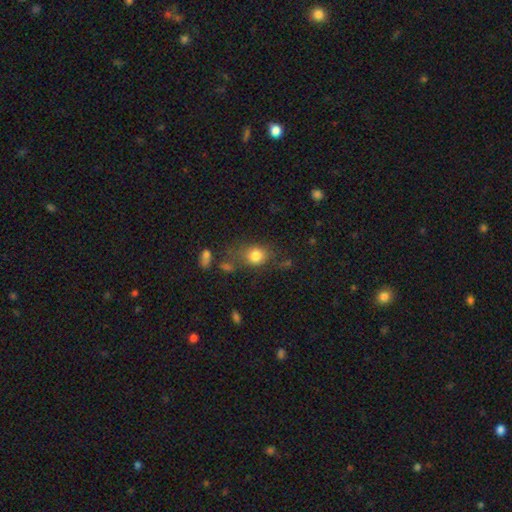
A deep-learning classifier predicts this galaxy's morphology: This is likely a smooth galaxy (79%). How rounded: possibly round (58%). Merging: possibly none (59%).